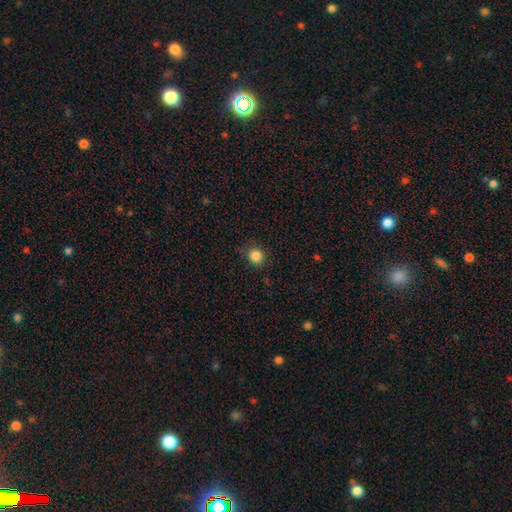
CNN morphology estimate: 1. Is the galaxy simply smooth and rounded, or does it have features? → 85% smooth, 11% star or artifact, 4% featured or disk.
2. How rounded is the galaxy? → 86% round, 13% in between, 1% cigar-shaped.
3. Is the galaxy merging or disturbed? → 86% none, 10% minor disturbance, 3% major disturbance, 1% merger.